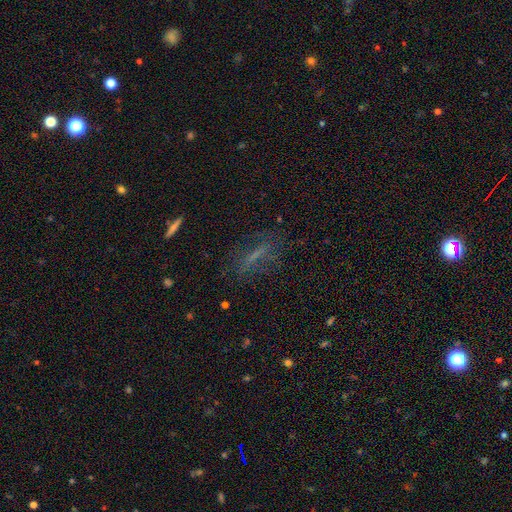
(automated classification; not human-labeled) A smooth galaxy with no disk features (42%). Merging: none (69%).